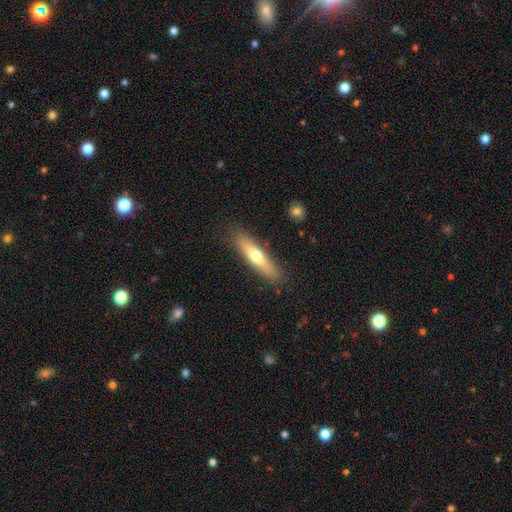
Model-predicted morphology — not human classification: The model was most divided on "smooth or featured": smooth: 58%, featured or disk: 36%, star or artifact: 6%. More confident: merging — none (86%); how rounded — cigar-shaped (76%).